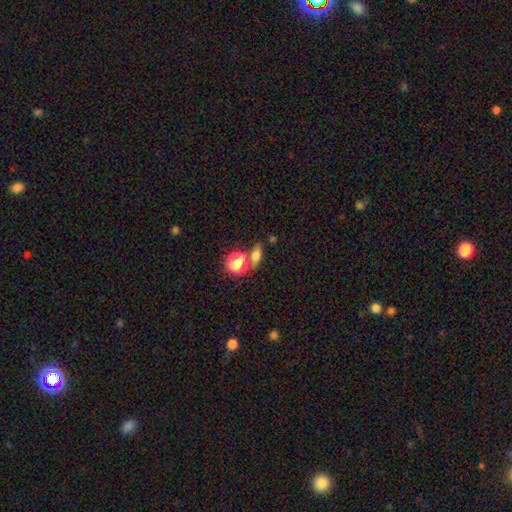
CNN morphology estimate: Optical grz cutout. It shows a smooth galaxy with no disk features (66%) that is in between round and cigar-shaped (52%). Merging: none (65%).